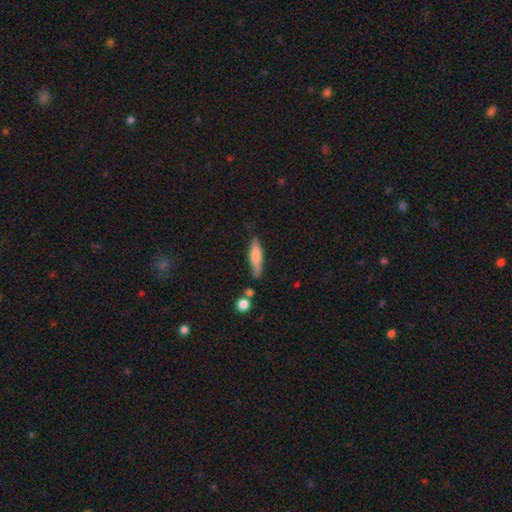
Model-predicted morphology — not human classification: Smooth or featured?
  - smooth: 68% *
  - featured or disk: 25%
  - star or artifact: 7%
How rounded?
  - cigar-shaped: 70% *
  - in between: 28%
  - round: 2%
Merging?
  - none: 67% *
  - minor disturbance: 22%
  - merger: 6%
  - major disturbance: 5%